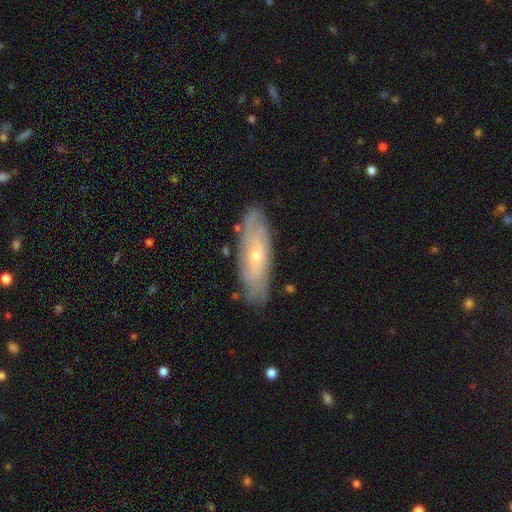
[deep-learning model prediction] This appears to be a featured or disk galaxy (67%) with no bar (74%), spiral arms (77%) and a small central bulge (66%). Merging: none (79%).